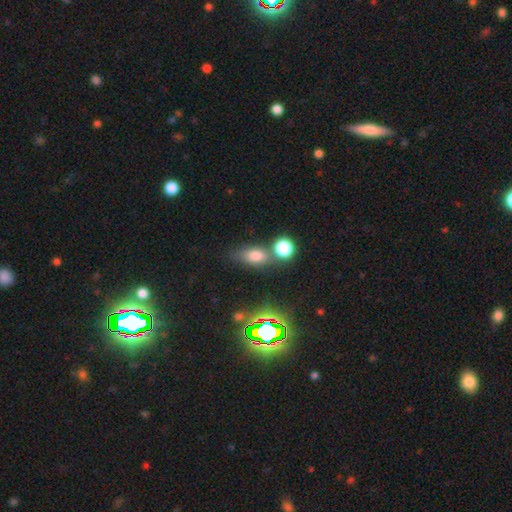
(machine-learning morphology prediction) This appears to be a smooth galaxy with no disk features (71%) that is in between round and cigar-shaped (76%). Merging: none (59%).